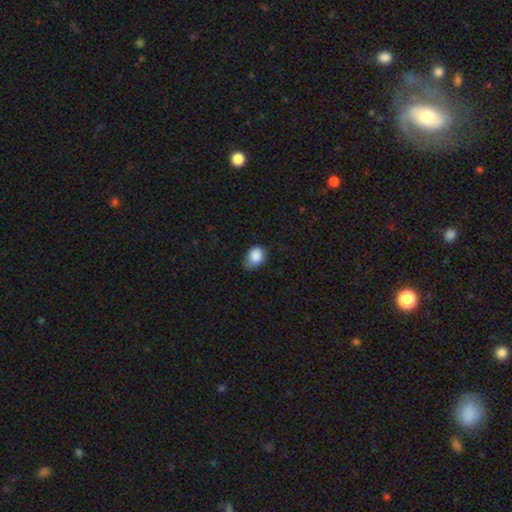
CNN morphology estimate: Smooth or featured? Predicted: smooth (p=0.87). How rounded? Predicted: in between (p=0.52). Merging? Predicted: none (p=0.45).